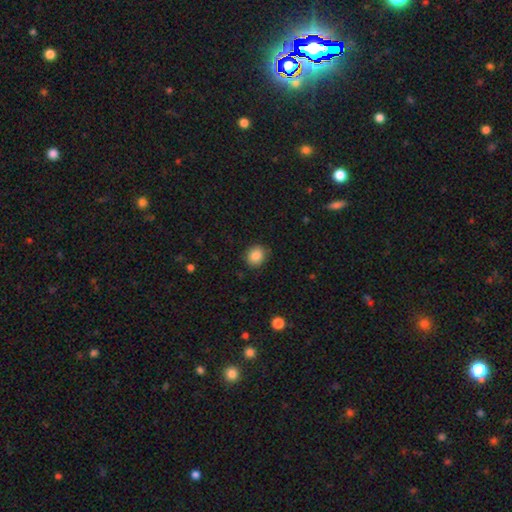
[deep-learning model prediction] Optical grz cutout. It shows a smooth galaxy with no disk features (86%) that is round (72%). Merging: none (84%).